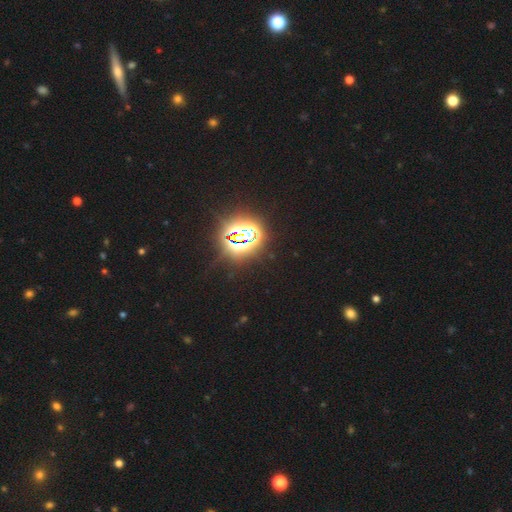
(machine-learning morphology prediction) This appears to be a star or artifact, not a galaxy (84%).